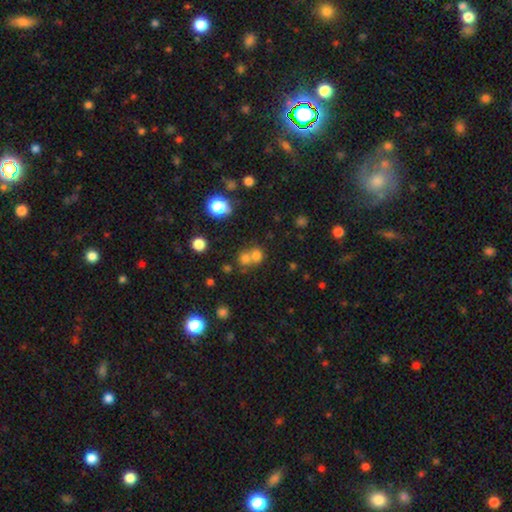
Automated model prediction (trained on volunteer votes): Smooth or featured?
  - smooth: 69% *
  - star or artifact: 19%
  - featured or disk: 12%
How rounded?
  - round: 79% *
  - in between: 20%
  - cigar-shaped: 1%
Merging?
  - merger: 52% *
  - none: 39%
  - minor disturbance: 6%
  - major disturbance: 3%